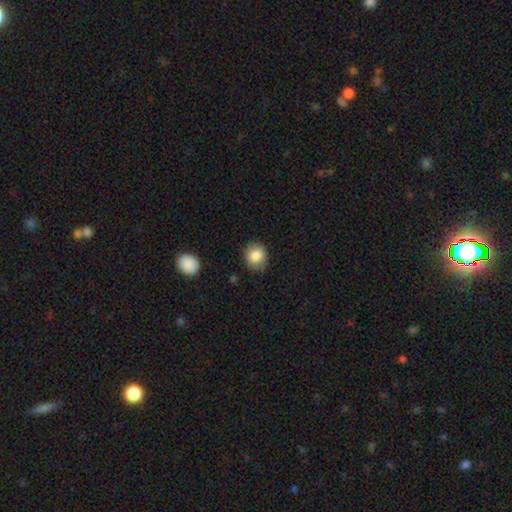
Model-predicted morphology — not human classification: Overall: smooth (85%). How rounded: round (78%). Merging: none (84%).